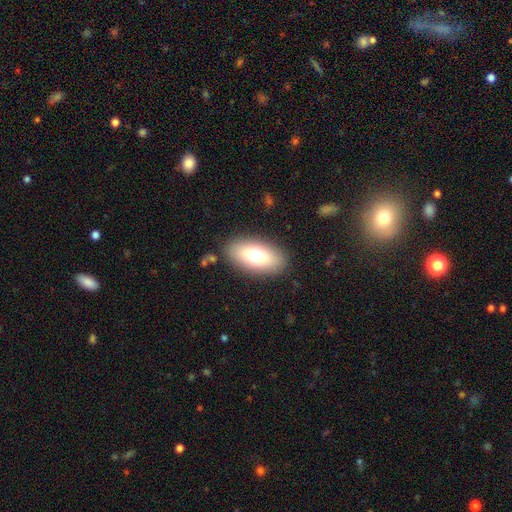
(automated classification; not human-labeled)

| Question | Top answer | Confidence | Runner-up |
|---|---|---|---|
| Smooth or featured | smooth | 69% | featured or disk (21%) |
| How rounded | in between | 88% | round (7%) |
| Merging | none | 86% | minor disturbance (9%) |